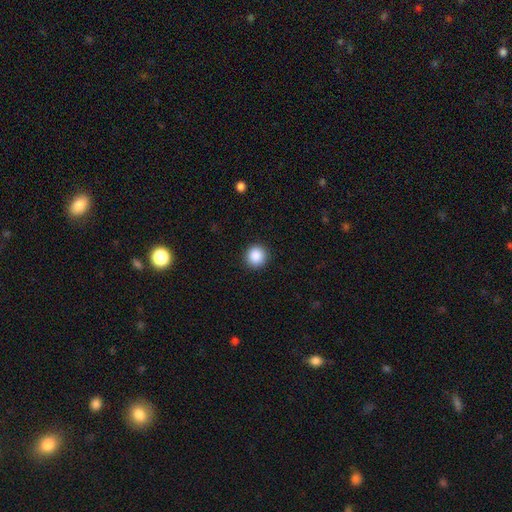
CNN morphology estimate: The model was most divided on "smooth or featured": smooth: 88%, star or artifact: 9%, featured or disk: 3%. More confident: how rounded — round (94%); merging — none (92%).